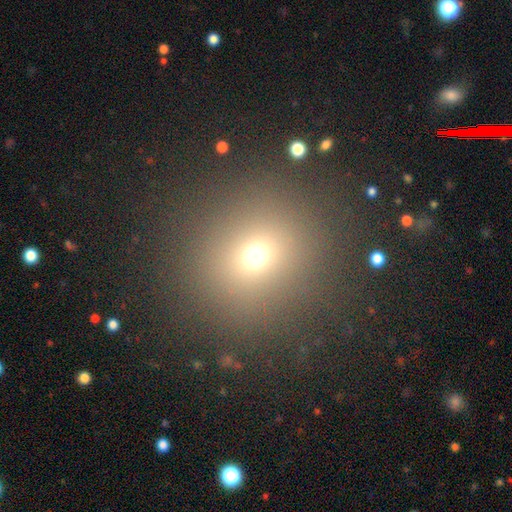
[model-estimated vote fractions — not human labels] Overall: smooth (64%; star or artifact 27%). How rounded: round (89%). Merging: none (87%).